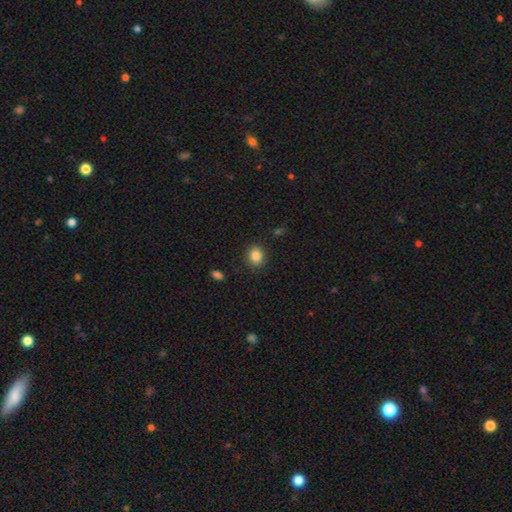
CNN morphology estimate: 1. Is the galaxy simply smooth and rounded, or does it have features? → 85% smooth, 10% star or artifact, 4% featured or disk.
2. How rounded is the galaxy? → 74% round, 25% in between, 1% cigar-shaped.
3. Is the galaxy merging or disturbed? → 88% none, 8% minor disturbance, 2% major disturbance, 1% merger.